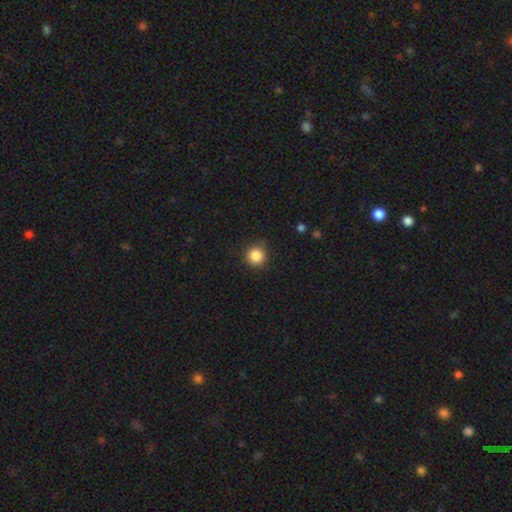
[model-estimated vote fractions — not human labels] A smooth galaxy with no disk features (86%) that is round (94%). Merging: none (87%).